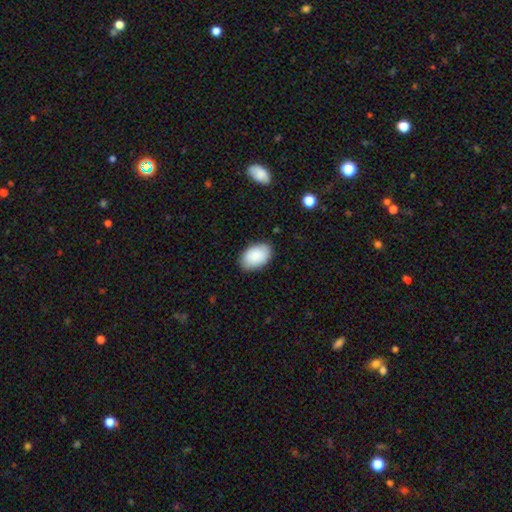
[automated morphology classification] Smooth or featured: smooth — 89% (star or artifact — 6%)
How rounded: in between — 92% (round — 7%)
Merging: none — 84% (minor disturbance — 12%)